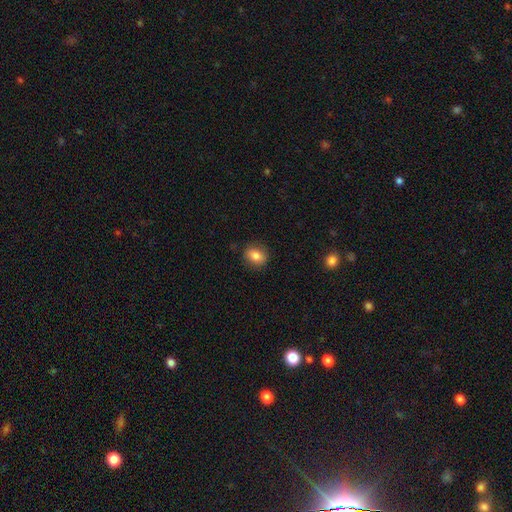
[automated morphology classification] Smooth or featured? Predicted: smooth (p=0.81). How rounded? Predicted: in between (p=0.50). Merging? Predicted: none (p=0.85).